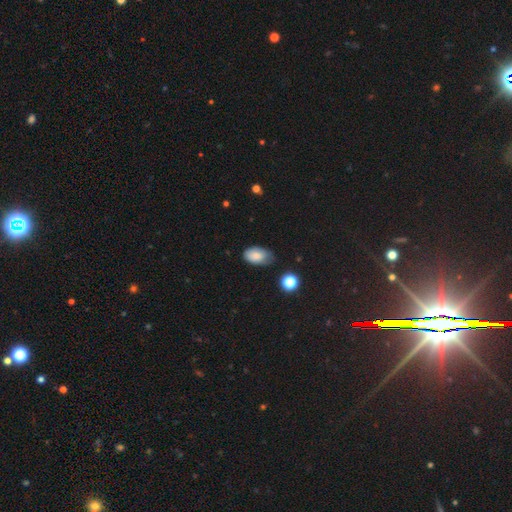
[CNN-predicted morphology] Smooth or featured?
  - smooth: 81% *
  - featured or disk: 10%
  - star or artifact: 9%
How rounded?
  - in between: 91% *
  - round: 7%
  - cigar-shaped: 1%
Merging?
  - none: 56% *
  - minor disturbance: 34%
  - major disturbance: 7%
  - merger: 3%